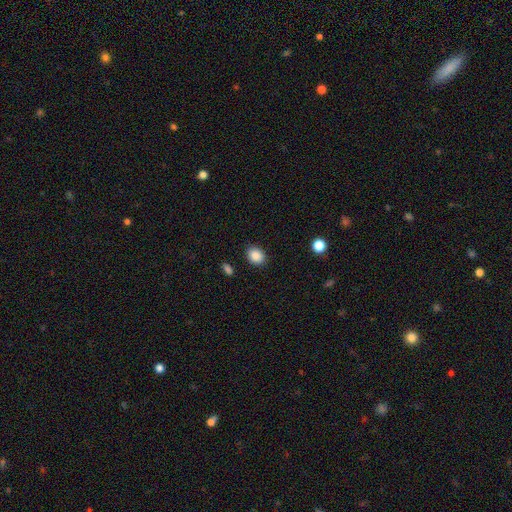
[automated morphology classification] A smooth galaxy with no disk features (88%) that is in between round and cigar-shaped (55%). Merging: none (87%).